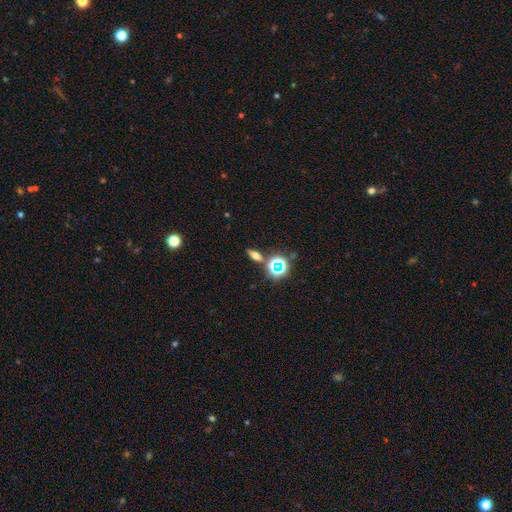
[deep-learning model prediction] Smooth or featured: smooth — 47% (featured or disk — 29%)
Merging: none — 81% (minor disturbance — 9%)